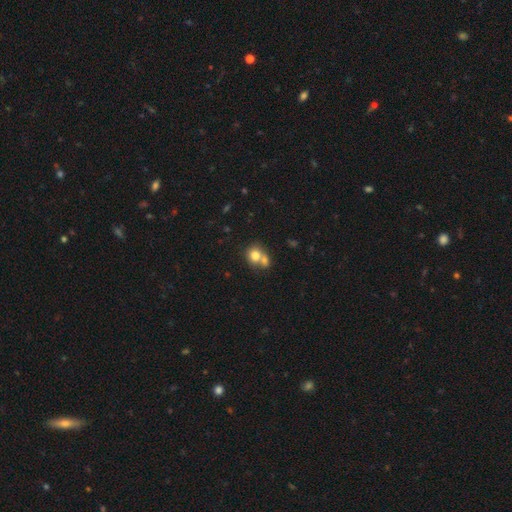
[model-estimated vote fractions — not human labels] Q: Smooth or featured?
A: smooth (77%); runner-up: featured or disk (13%)
Q: How rounded?
A: round (74%); runner-up: in between (25%)
Q: Merging?
A: merger (56%); runner-up: none (33%)